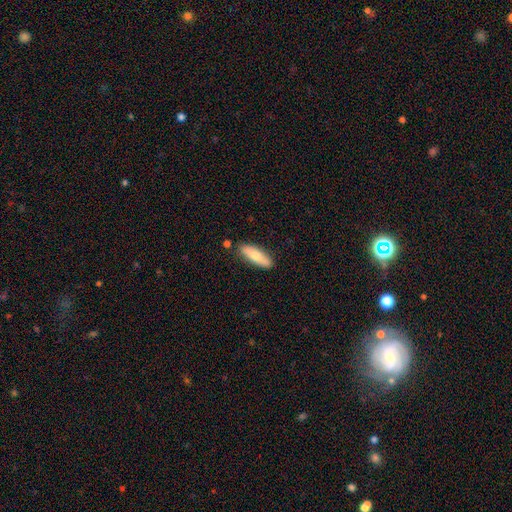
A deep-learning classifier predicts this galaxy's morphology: Smooth or featured? smooth (69%)
How rounded? cigar-shaped (54%)
Merging? none (83%)